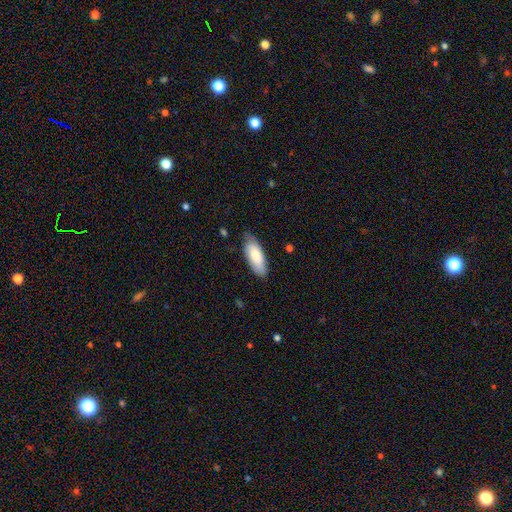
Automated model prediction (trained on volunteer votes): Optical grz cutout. It shows a smooth galaxy with no disk features (78%) that is in between round and cigar-shaped (78%). Merging: none (71%).